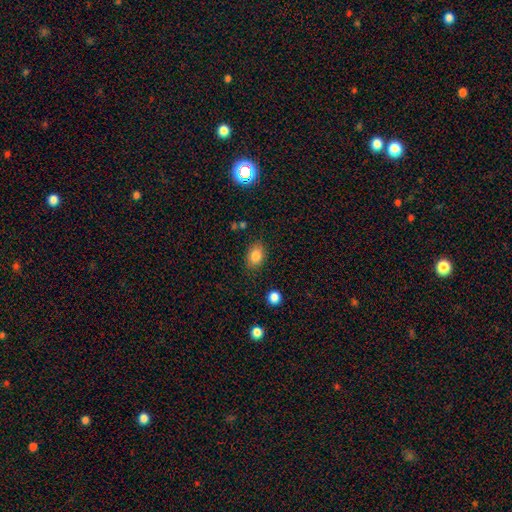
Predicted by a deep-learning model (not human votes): This is clearly a smooth galaxy (83%). How rounded: likely in between (77%). Merging: clearly none (84%).